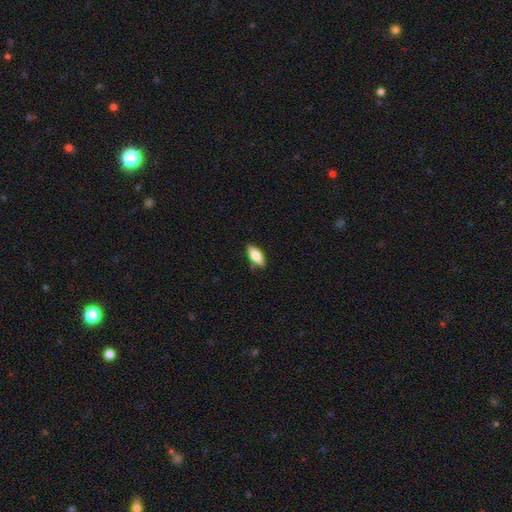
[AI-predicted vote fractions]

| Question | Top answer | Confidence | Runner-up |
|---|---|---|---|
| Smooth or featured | smooth | 72% | featured or disk (21%) |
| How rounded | in between | 80% | cigar-shaped (17%) |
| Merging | none | 81% | minor disturbance (14%) |